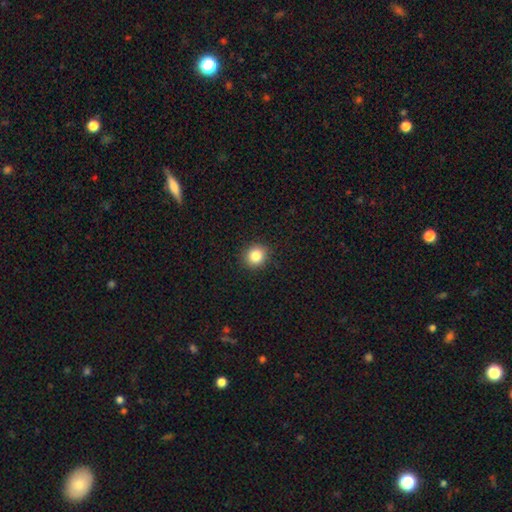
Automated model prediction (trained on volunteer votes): Smooth or featured: smooth — 84% (star or artifact — 10%)
How rounded: round — 85% (in between — 15%)
Merging: none — 91% (minor disturbance — 6%)